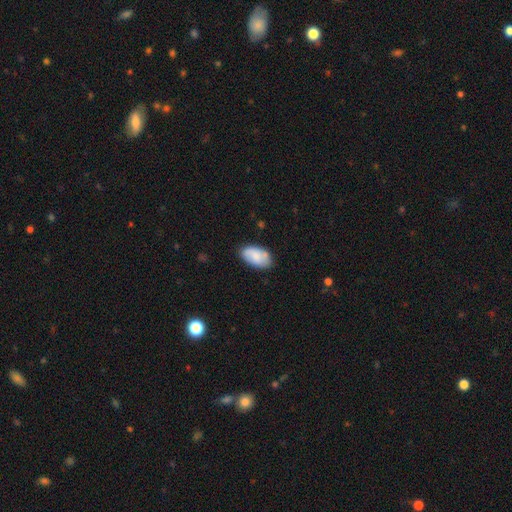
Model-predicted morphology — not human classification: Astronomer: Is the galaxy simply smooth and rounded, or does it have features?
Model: smooth — 75%.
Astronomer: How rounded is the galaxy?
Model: in between — 94%.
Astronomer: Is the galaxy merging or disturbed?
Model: none — 73%.